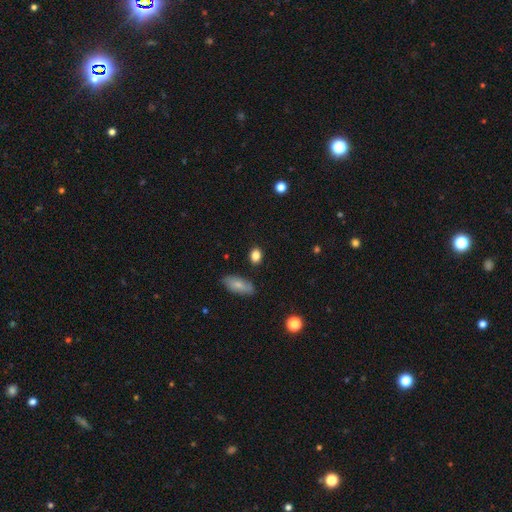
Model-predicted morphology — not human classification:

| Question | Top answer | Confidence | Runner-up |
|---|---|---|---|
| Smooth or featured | smooth | 84% | star or artifact (9%) |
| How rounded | in between | 67% | round (30%) |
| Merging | none | 85% | minor disturbance (10%) |